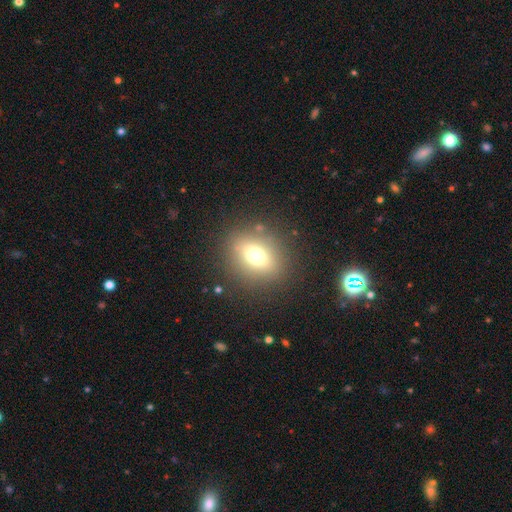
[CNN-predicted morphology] smooth_or_featured: smooth (p=0.68) [alt: featured or disk p=0.16]
how_rounded: round (p=0.53) [alt: in between p=0.45]
merging: none (p=0.84) [alt: minor disturbance p=0.09]